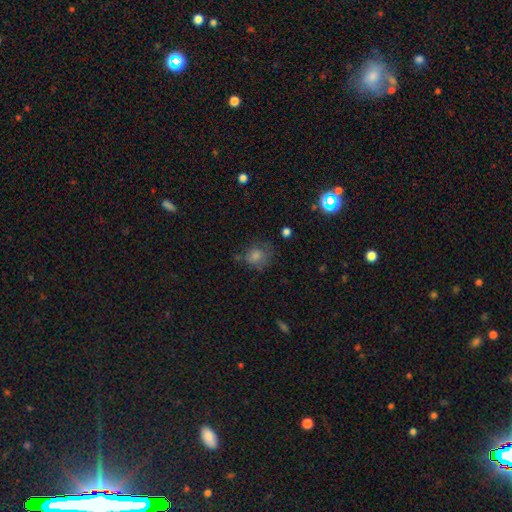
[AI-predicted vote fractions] Smooth or featured? smooth (57%)
How rounded? round (75%)
Merging? none (63%)